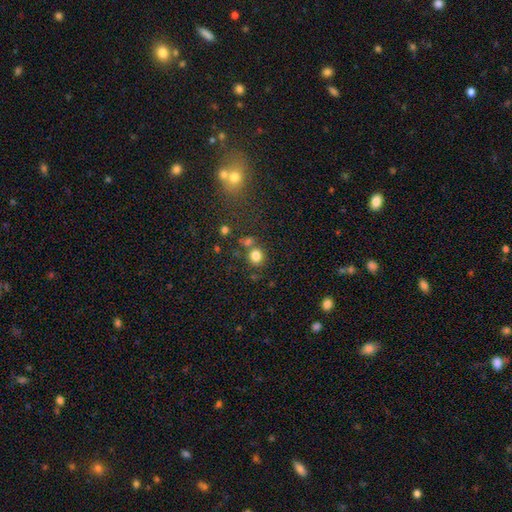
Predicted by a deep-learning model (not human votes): The model was most divided on "merging": none: 68%, merger: 18%, minor disturbance: 10%, major disturbance: 4%. More confident: how rounded — round (84%); smooth or featured — smooth (80%).